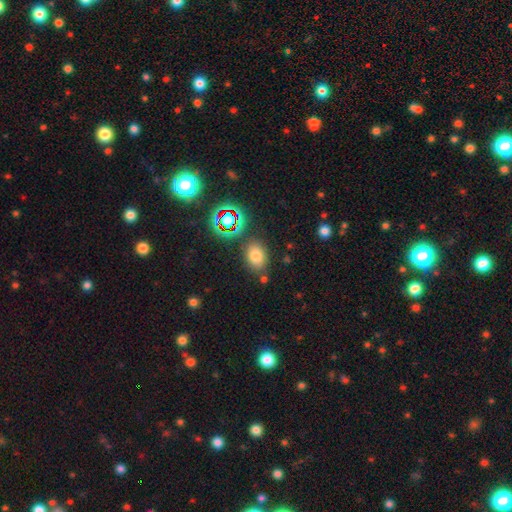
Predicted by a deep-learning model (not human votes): This is likely a smooth galaxy (73%). How rounded: likely in between (72%). Merging: likely none (79%).